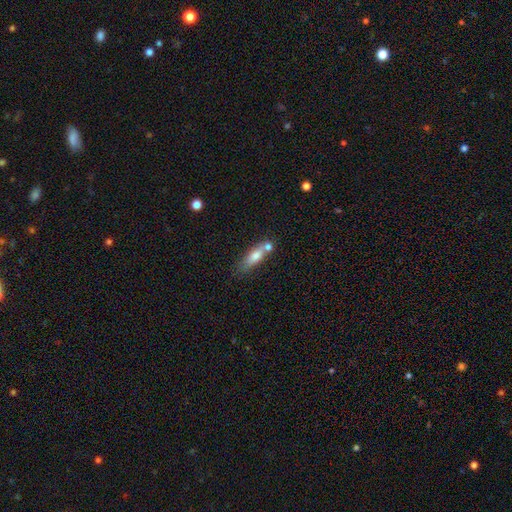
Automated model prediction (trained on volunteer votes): Smooth or featured? smooth (68%)
How rounded? in between (52%)
Merging? none (48%)